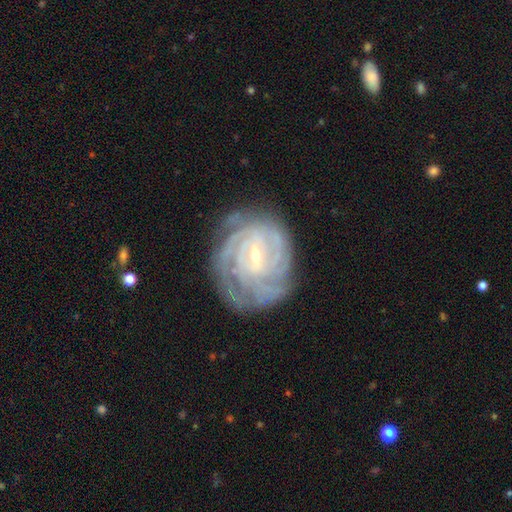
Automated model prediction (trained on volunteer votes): Q: Smooth or featured?
A: featured or disk (88%); runner-up: smooth (6%)
Q: Edge-on disk?
A: no (97%); runner-up: yes (3%)
Q: Bar?
A: weak (51%); runner-up: no (25%)
Q: Spiral arms?
A: yes (98%); runner-up: no (2%)
Q: Spiral winding?
A: tight (81%); runner-up: medium (17%)
Q: Spiral arm count?
A: 4 (27%); runner-up: can't tell (26%)
Q: Bulge size?
A: small (70%); runner-up: moderate (27%)
Q: Merging?
A: none (73%); runner-up: minor disturbance (18%)